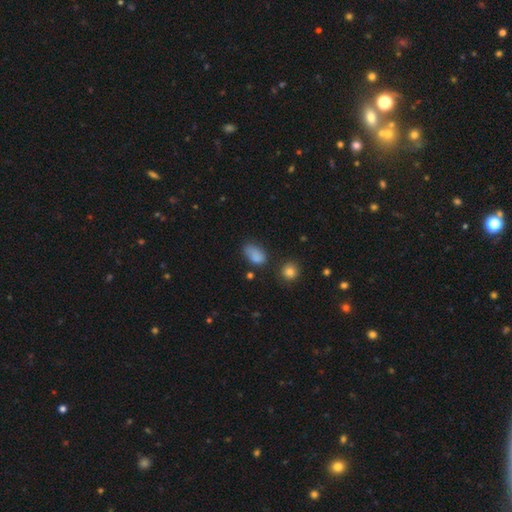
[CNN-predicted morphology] type=smooth (81%); roundness=in between (87%); merging=none (52%).